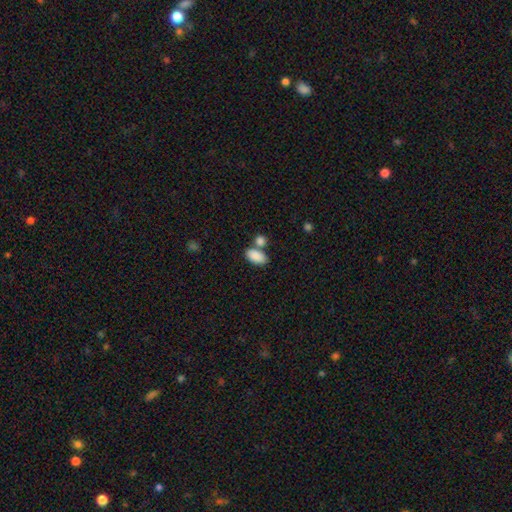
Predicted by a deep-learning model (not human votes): This appears to be a smooth galaxy with no disk features (87%) that is in between round and cigar-shaped (93%). Merging: none (56%).